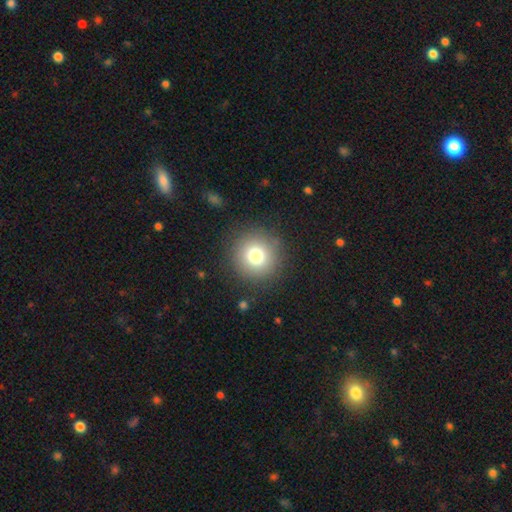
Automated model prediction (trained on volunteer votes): Morphology: type=smooth (77%); roundness=round (95%); merging=none (89%).